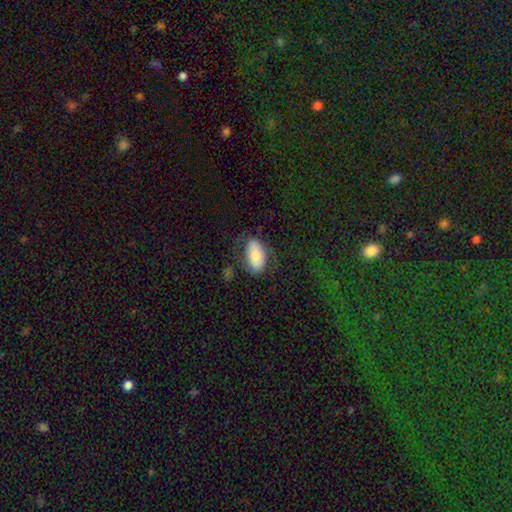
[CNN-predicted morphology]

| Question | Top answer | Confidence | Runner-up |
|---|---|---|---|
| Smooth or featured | smooth | 75% | featured or disk (18%) |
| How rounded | in between | 93% | round (4%) |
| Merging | none | 67% | minor disturbance (21%) |